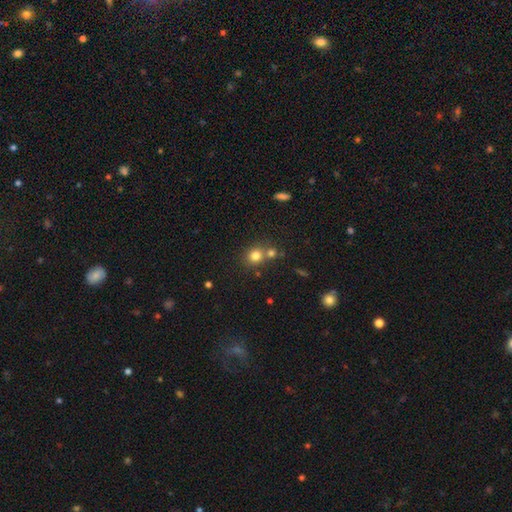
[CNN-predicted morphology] Smooth or featured: smooth — 78% (star or artifact — 14%)
How rounded: round — 82% (in between — 17%)
Merging: none — 56% (merger — 33%)